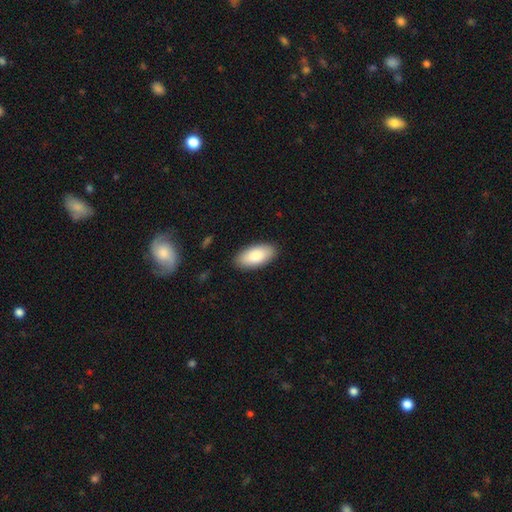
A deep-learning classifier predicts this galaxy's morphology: type=smooth (87%); roundness=in between (93%); merging=none (89%).